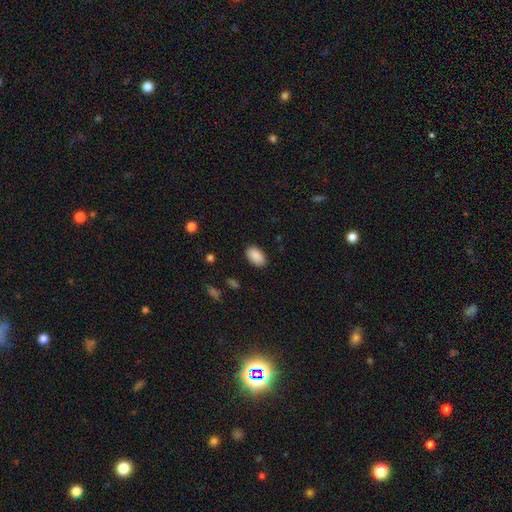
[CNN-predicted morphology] A smooth galaxy with no disk features (90%) that is in between round and cigar-shaped (93%). Merging: none (88%).